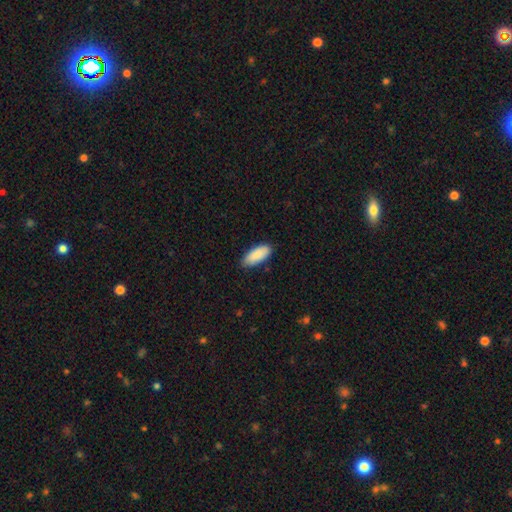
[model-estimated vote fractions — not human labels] Morphology: type=smooth (89%); roundness=in between (85%); merging=none (81%).